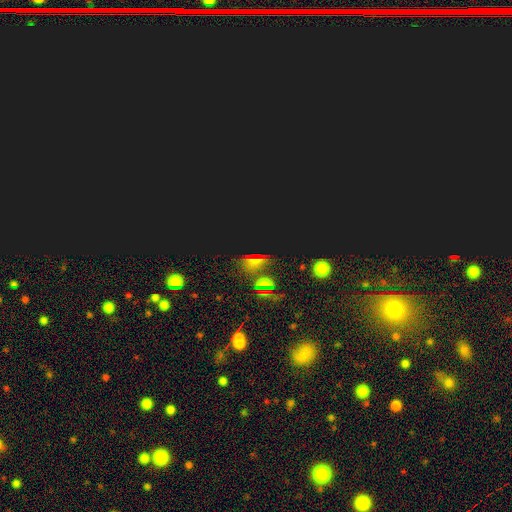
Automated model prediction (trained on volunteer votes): Smooth or featured? star or artifact (75%)